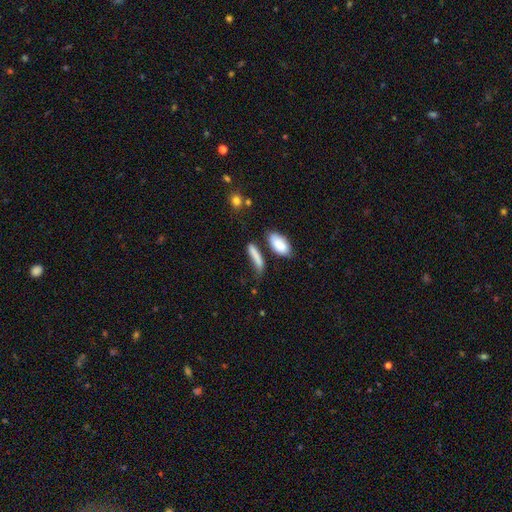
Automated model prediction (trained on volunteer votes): Smooth or featured? smooth (82%)
How rounded? cigar-shaped (60%)
Merging? none (52%)